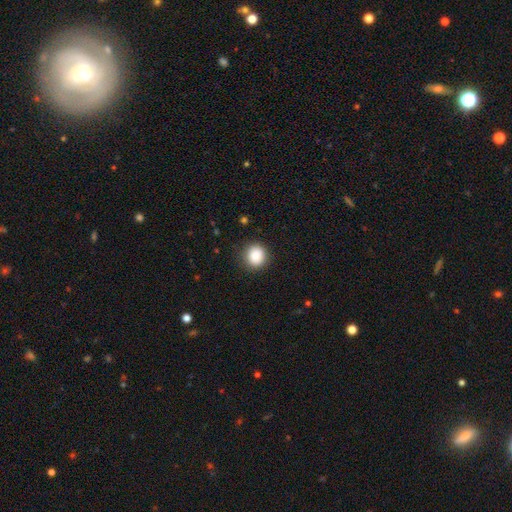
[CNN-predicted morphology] This is clearly a smooth galaxy (86%). How rounded: clearly round (86%). Merging: clearly none (87%).